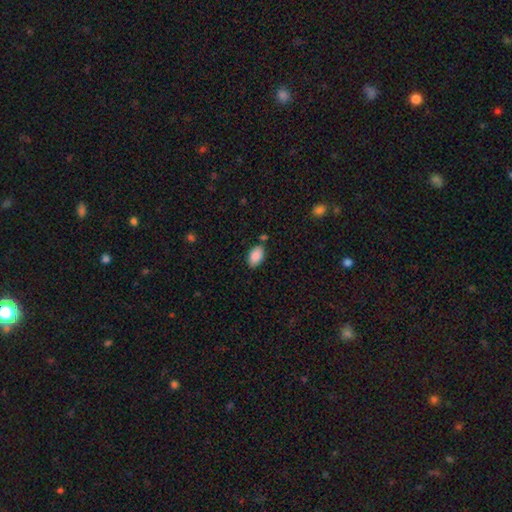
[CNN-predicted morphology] Overall: smooth (89%). How rounded: in between (94%). Merging: none (78%).